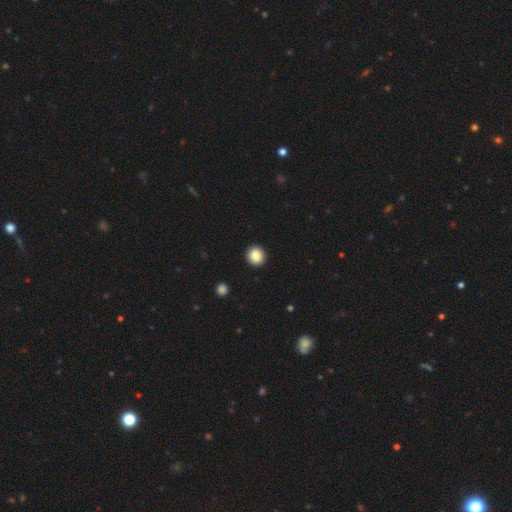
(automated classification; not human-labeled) smooth 87%, star or artifact 9%, featured or disk 4%. Down the decision tree: how rounded — round (89%); merging — none (92%).